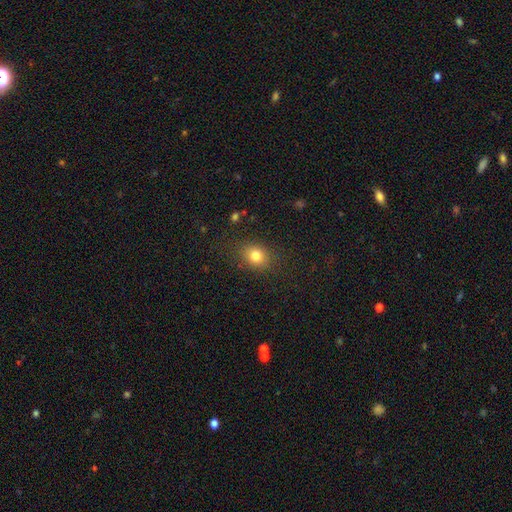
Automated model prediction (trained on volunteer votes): smooth 80%, star or artifact 12%, featured or disk 8%. Down the decision tree: how rounded — round (51%); merging — none (83%).